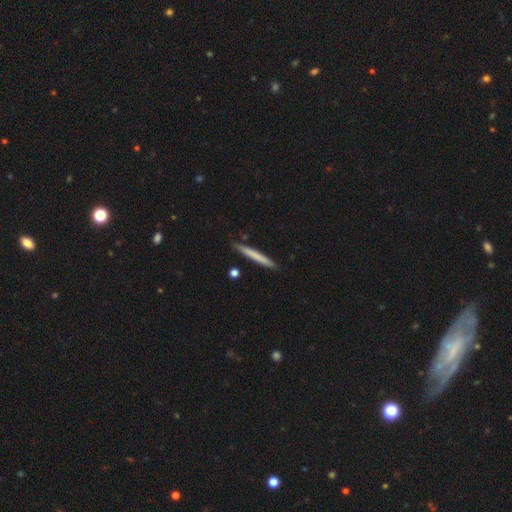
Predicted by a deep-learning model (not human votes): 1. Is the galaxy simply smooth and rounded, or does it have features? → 68% smooth, 27% featured or disk, 5% star or artifact.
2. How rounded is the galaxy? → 97% cigar-shaped, 2% in between, 1% round.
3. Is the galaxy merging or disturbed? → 88% none, 9% minor disturbance, 2% merger, 1% major disturbance.